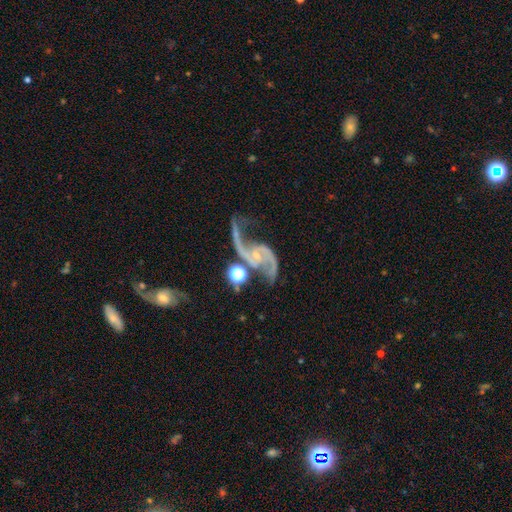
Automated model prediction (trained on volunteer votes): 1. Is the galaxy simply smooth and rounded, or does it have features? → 90% featured or disk, 6% star or artifact, 4% smooth.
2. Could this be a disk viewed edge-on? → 97% no, 3% yes.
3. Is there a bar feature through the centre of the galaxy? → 59% no, 30% weak, 11% strong.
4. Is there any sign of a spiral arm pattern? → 97% yes, 3% no.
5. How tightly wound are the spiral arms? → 59% loose, 33% medium, 8% tight.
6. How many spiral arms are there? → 91% 2, 3% 1, 2% can't tell, 2% 3, 1% 4, 1% more than 4.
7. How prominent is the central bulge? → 73% small, 18% moderate, 6% none, 1% large, 1% dominant.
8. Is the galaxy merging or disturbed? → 47% none, 21% major disturbance, 19% minor disturbance, 13% merger.